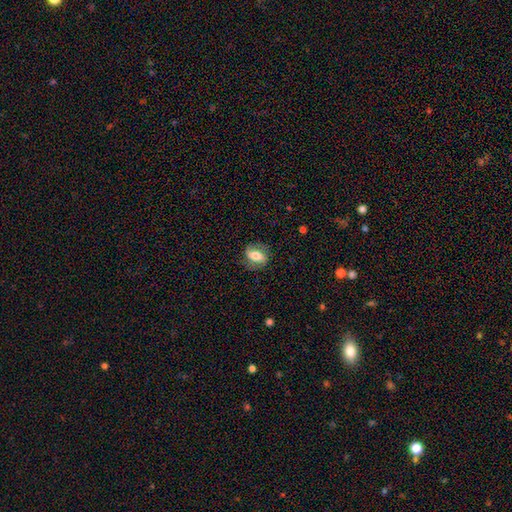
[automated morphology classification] Q: Smooth or featured?
A: smooth (46%); tied with: featured or disk (46%)
Q: Merging?
A: none (75%); runner-up: minor disturbance (17%)